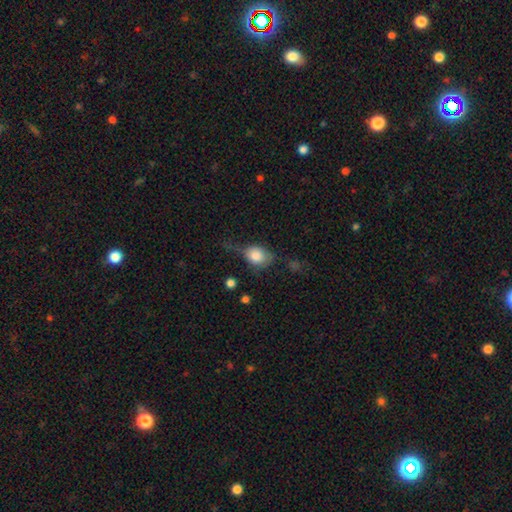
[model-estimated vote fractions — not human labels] A smooth galaxy with no disk features (79%) that is in between round and cigar-shaped (52%).

Vote fractions:
- Smooth or featured? smooth: 79% / featured or disk: 12% / star or artifact: 8%
- How rounded? in between: 52% / round: 46% / cigar-shaped: 2%
- Merging? none: 42% / minor disturbance: 33% / major disturbance: 21% / merger: 4%